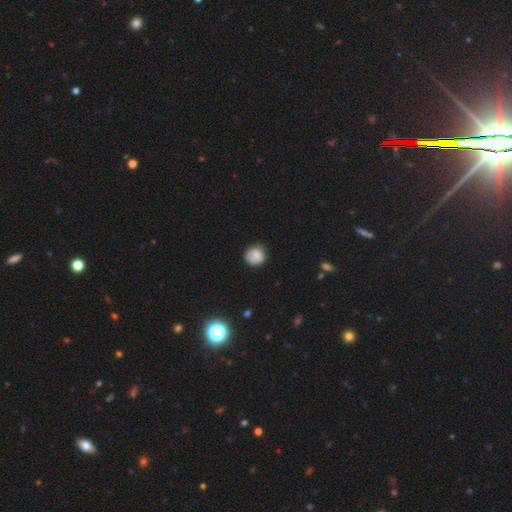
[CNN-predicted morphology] The model was most divided on "merging": none: 76%, minor disturbance: 18%, major disturbance: 4%, merger: 2%. More confident: how rounded — round (89%); smooth or featured — smooth (81%).